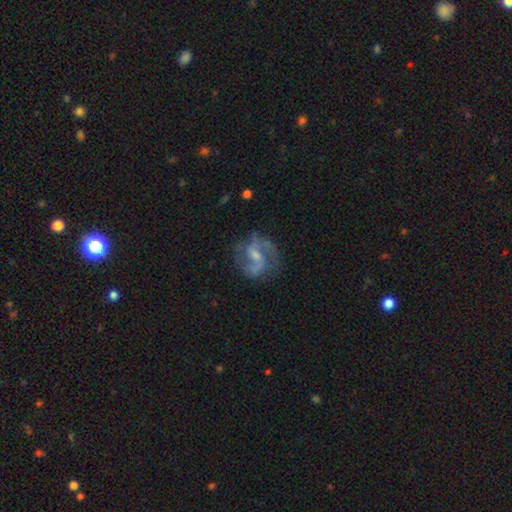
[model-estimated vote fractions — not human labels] A featured or disk galaxy (85%) with a weak bar (52%), 2 (87%) medium (52%) spiral arms (95%) and a small central bulge (50%).

Vote fractions:
- Smooth or featured? featured or disk: 85% / smooth: 8% / star or artifact: 6%
- Edge-on disk? no: 98% / yes: 2%
- Bar? weak: 52% / no: 26% / strong: 22%
- Spiral arms? yes: 95% / no: 5%
- Spiral winding? medium: 52% / loose: 35% / tight: 13%
- Spiral arm count? 2: 87% / can't tell: 4% / 3: 3% / 1: 3% / 4: 1% / more than 4: 1%
- Bulge size? small: 50% / moderate: 36% / none: 10% / large: 2% / dominant: 1%
- Merging? none: 71% / minor disturbance: 17% / major disturbance: 10% / merger: 2%